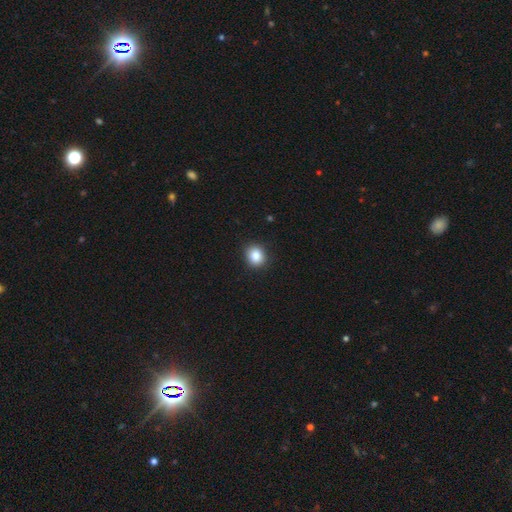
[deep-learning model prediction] Smooth or featured? Predicted: smooth (p=0.85). How rounded? Predicted: round (p=0.78). Merging? Predicted: none (p=0.90).